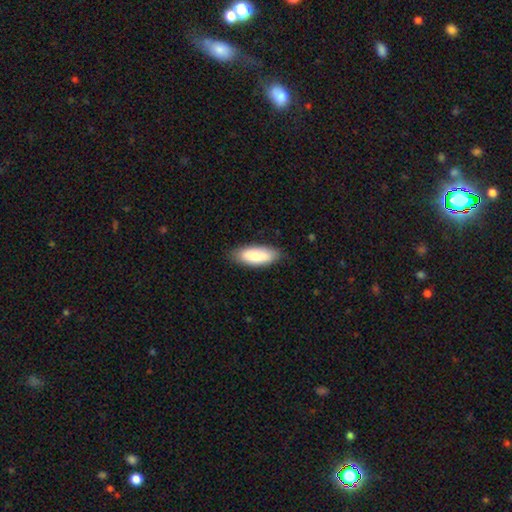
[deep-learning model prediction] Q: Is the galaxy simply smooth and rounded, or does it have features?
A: smooth — 84%.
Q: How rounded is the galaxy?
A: in between — 77%.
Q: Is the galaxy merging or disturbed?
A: none — 84%.